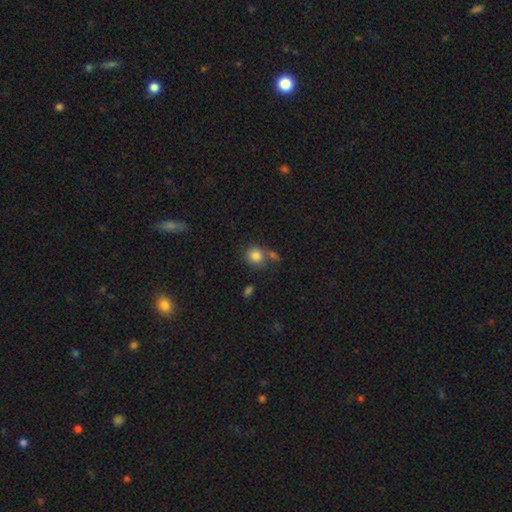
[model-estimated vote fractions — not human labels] Smooth or featured?
  - smooth: 83% *
  - star or artifact: 10%
  - featured or disk: 7%
How rounded?
  - round: 80% *
  - in between: 19%
  - cigar-shaped: 1%
Merging?
  - none: 61% *
  - merger: 20%
  - minor disturbance: 14%
  - major disturbance: 5%